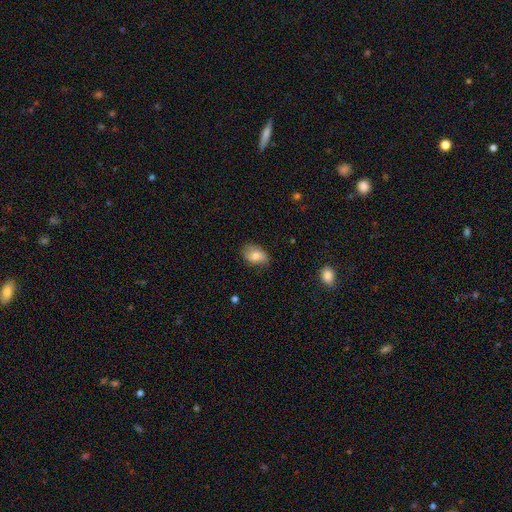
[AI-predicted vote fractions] Smooth or featured? smooth (78%)
How rounded? in between (88%)
Merging? none (74%)